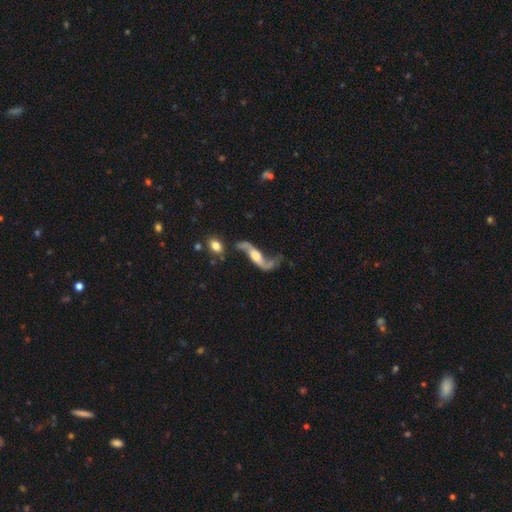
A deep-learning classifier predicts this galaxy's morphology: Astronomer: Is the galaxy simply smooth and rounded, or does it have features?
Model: featured or disk — 83%.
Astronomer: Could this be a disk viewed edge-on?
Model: no — 83%.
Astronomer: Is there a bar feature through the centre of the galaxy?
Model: no — 51% (runner-up: weak, 32%).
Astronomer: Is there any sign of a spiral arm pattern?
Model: yes — 92%.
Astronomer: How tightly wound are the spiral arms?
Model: loose — 88%.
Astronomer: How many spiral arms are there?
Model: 2 — 91%.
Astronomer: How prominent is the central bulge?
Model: moderate — 50%.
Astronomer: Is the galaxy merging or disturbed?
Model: none — 49%.